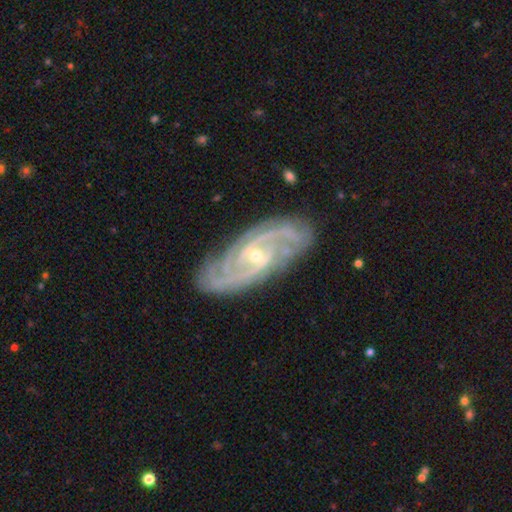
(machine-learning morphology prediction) Overall: featured or disk (90%). Edge-on disk: no (94%). Bar: no (45%; weak 41%). Spiral arms: yes (98%). Spiral arm count: 2 (44%; 3 21%). Spiral winding: tight (51%; medium 40%). Bulge size: small (71%). Merging: none (82%).